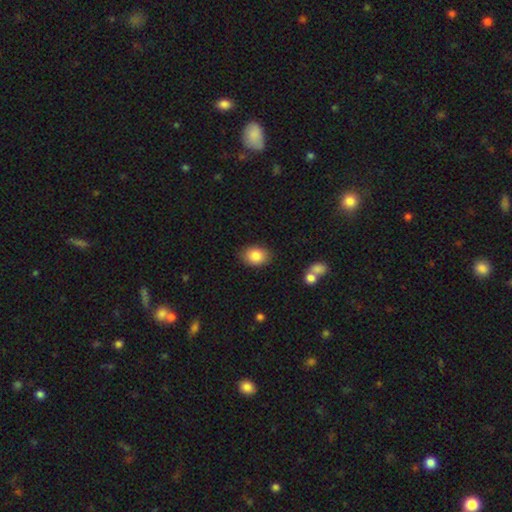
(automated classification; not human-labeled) This is clearly a smooth galaxy (85%). How rounded: likely in between (68%). Merging: clearly none (84%).